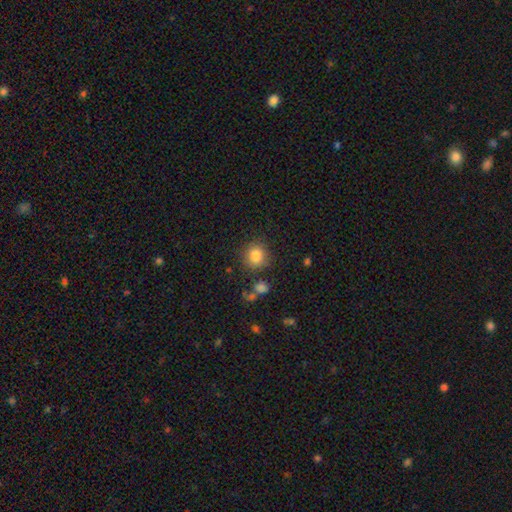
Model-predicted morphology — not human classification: A smooth galaxy with no disk features (84%) that is round (86%).

Vote fractions:
- Smooth or featured? smooth: 84% / star or artifact: 10% / featured or disk: 6%
- How rounded? round: 86% / in between: 14% / cigar-shaped: 1%
- Merging? none: 83% / minor disturbance: 10% / merger: 4% / major disturbance: 3%